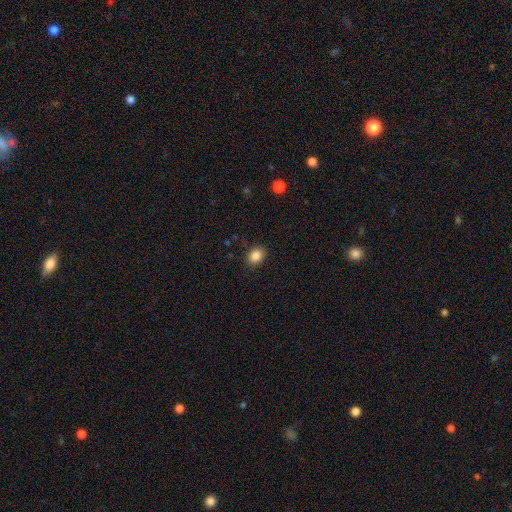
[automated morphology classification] smooth_or_featured: smooth (p=0.86) [alt: star or artifact p=0.10]
how_rounded: in between (p=0.58) [alt: round p=0.41]
merging: none (p=0.88) [alt: minor disturbance p=0.09]